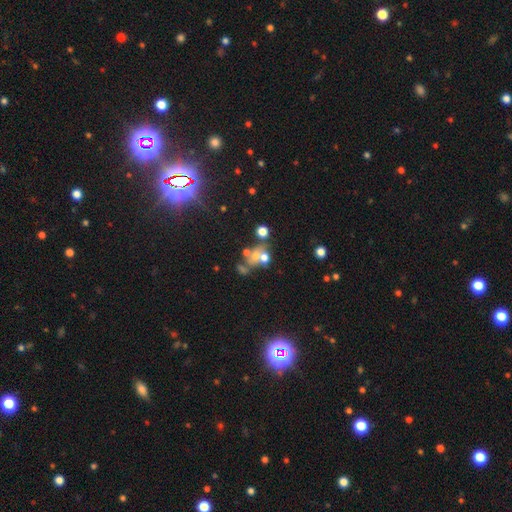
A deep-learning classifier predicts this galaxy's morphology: type=smooth (45%); merging=merger (44%).